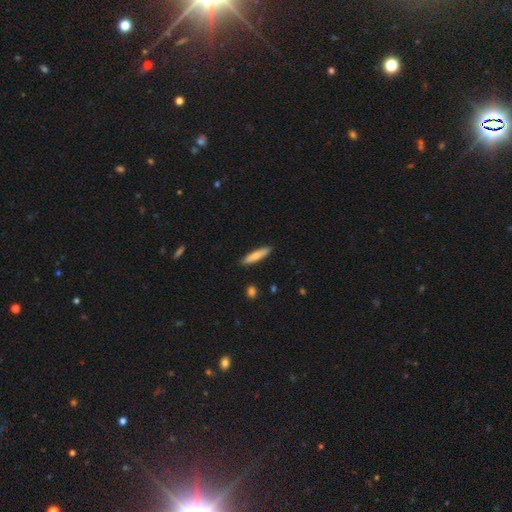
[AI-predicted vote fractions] Q: Smooth or featured?
A: smooth (75%); runner-up: featured or disk (19%)
Q: How rounded?
A: cigar-shaped (83%); runner-up: in between (15%)
Q: Merging?
A: none (90%); runner-up: minor disturbance (8%)